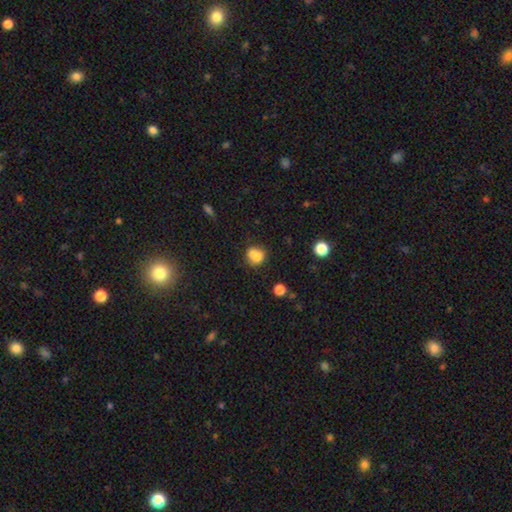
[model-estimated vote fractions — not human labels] The model was most divided on "merging": none: 42%, merger: 41%, minor disturbance: 12%, major disturbance: 5%. More confident: smooth or featured — smooth (74%); how rounded — round (73%).